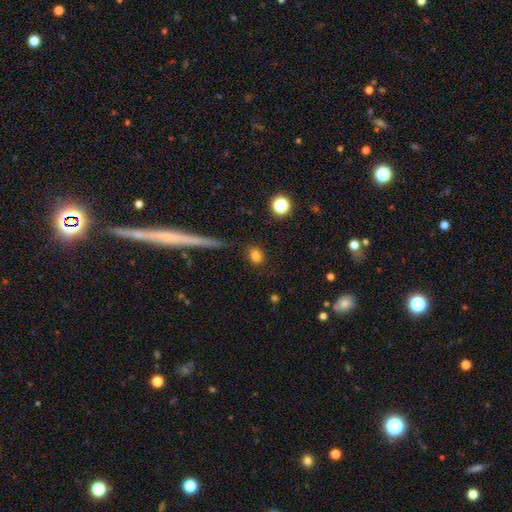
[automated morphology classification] Smooth or featured? Predicted: smooth (p=0.81). How rounded? Predicted: round (p=0.56). Merging? Predicted: none (p=0.84).